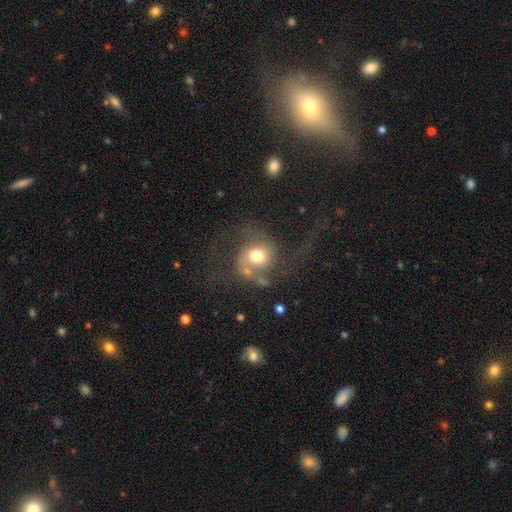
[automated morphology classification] Smooth or featured? featured or disk (59%)
Edge-on disk? no (97%)
Bar? no (66%)
Spiral arms? yes (79%)
Bulge size? moderate (61%)
Merging? none (40%)